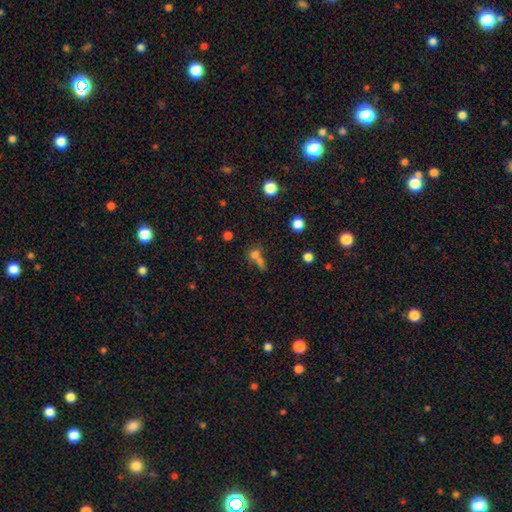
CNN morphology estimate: The model was most divided on "merging": merger: 49%, none: 36%, minor disturbance: 9%, major disturbance: 7%. More confident: smooth or featured — smooth (65%); how rounded — round (64%).